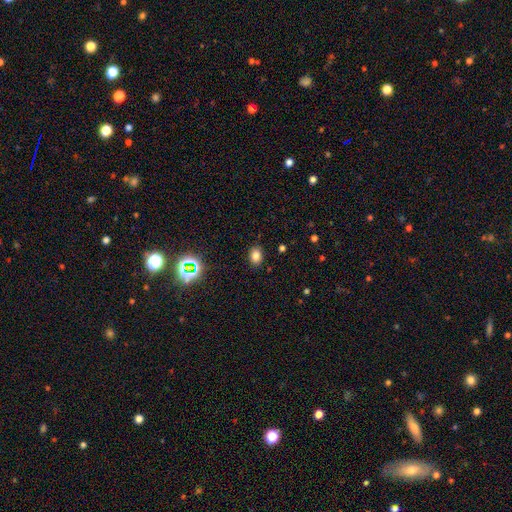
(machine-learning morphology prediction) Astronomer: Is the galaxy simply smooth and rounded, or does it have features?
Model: smooth — 77%.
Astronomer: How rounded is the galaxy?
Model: in between — 69%.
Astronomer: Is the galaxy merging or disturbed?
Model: none — 87%.